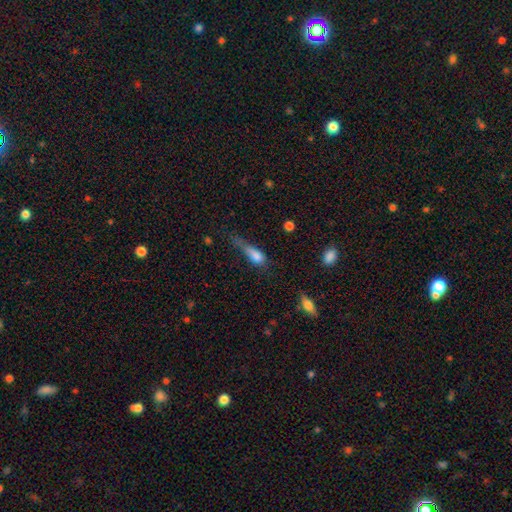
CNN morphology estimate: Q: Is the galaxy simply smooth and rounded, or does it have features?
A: smooth — 73%.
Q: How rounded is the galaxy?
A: in between — 59%.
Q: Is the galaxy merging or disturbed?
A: major disturbance — 43%.